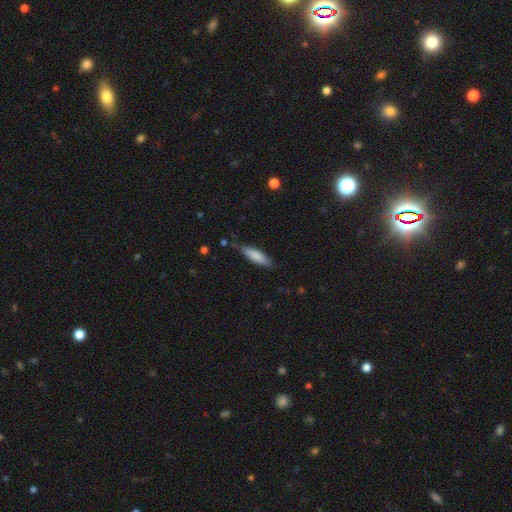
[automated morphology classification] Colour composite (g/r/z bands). It shows a smooth galaxy with no disk features (80%) that is cigar-shaped (62%). Merging: none (75%).